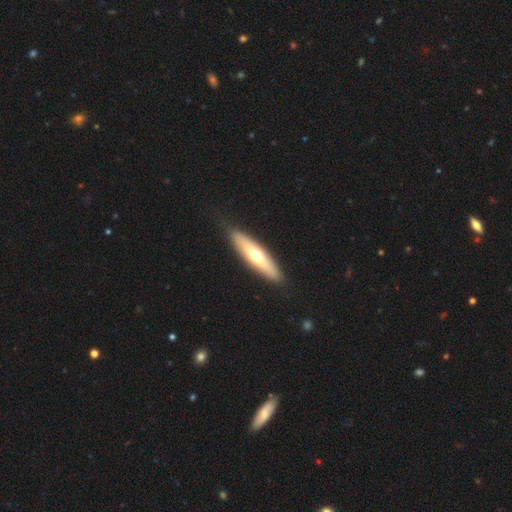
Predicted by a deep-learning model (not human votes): smooth_or_featured: smooth (p=0.50) [alt: featured or disk p=0.45]
how_rounded: cigar-shaped (p=0.72) [alt: in between p=0.26]
merging: none (p=0.88) [alt: minor disturbance p=0.09]